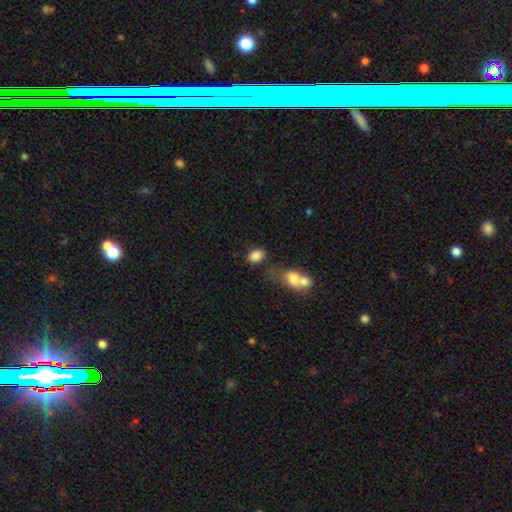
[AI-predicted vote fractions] smooth 85%, star or artifact 9%, featured or disk 6%. Down the decision tree: how rounded — in between (82%); merging — none (62%).